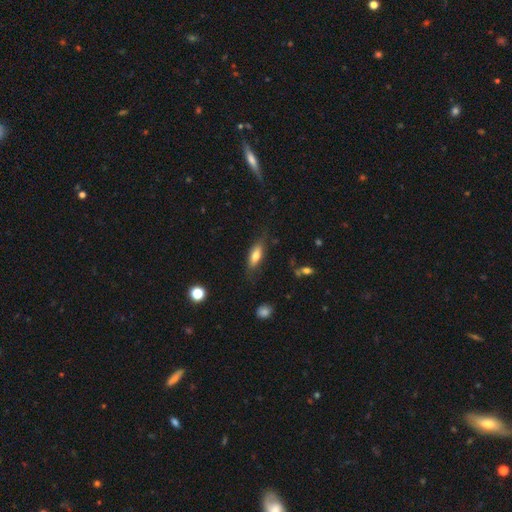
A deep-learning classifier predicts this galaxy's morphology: The model was most divided on "how rounded": in between: 62%, cigar-shaped: 35%, round: 3%. More confident: merging — none (75%); smooth or featured — smooth (70%).